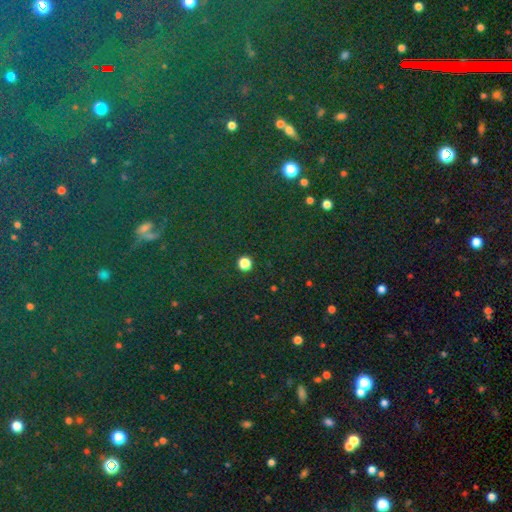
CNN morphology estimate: Smooth or featured? Predicted: star or artifact (p=0.78).